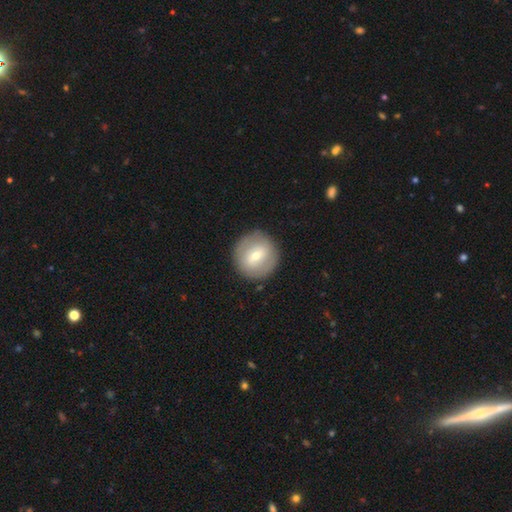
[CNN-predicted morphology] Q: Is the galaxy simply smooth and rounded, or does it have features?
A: smooth — 56%.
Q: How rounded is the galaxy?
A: round — 91%.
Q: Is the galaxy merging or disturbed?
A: none — 87%.